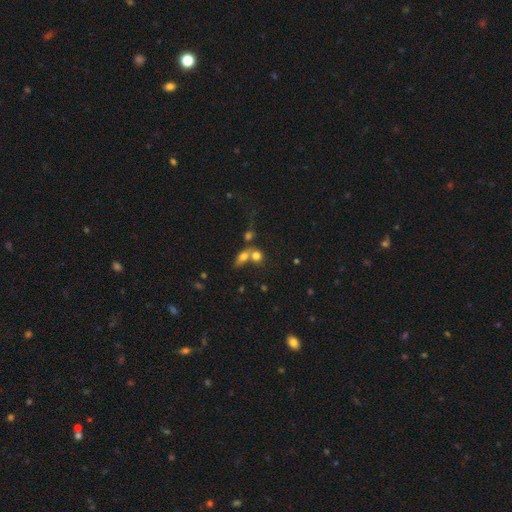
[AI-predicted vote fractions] Smooth or featured?
  - smooth: 72% *
  - featured or disk: 15%
  - star or artifact: 13%
How rounded?
  - round: 61% *
  - in between: 36%
  - cigar-shaped: 3%
Merging?
  - merger: 58% *
  - none: 29%
  - minor disturbance: 8%
  - major disturbance: 5%